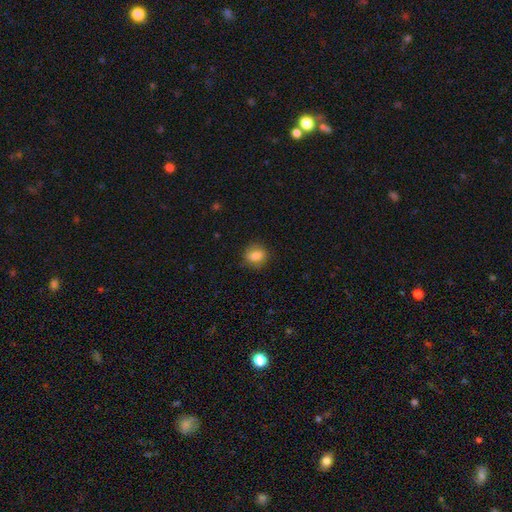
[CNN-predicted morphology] smooth 79%, featured or disk 12%, star or artifact 9%. Down the decision tree: how rounded — round (58%); merging — none (79%).